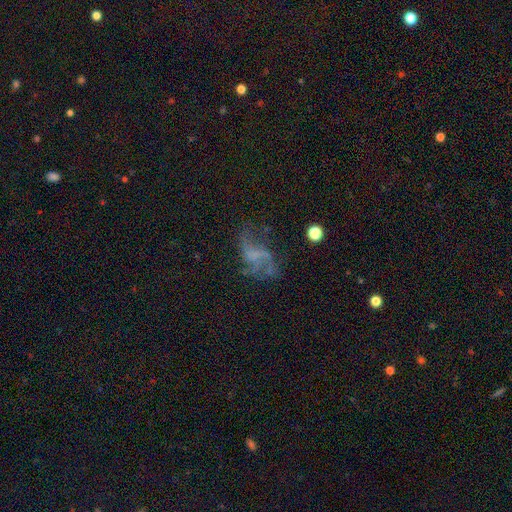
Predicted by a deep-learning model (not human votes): A featured or disk galaxy (65%) with no bar (56%), spiral arms (74%) and no central bulge (70%).

Vote fractions:
- Smooth or featured? featured or disk: 65% / smooth: 19% / star or artifact: 16%
- Edge-on disk? no: 97% / yes: 3%
- Bar? no: 56% / weak: 33% / strong: 10%
- Spiral arms? yes: 74% / no: 26%
- Bulge size? none: 70% / small: 18% / moderate: 9% / large: 3% / dominant: 1%
- Merging? none: 46% / major disturbance: 31% / minor disturbance: 19% / merger: 4%